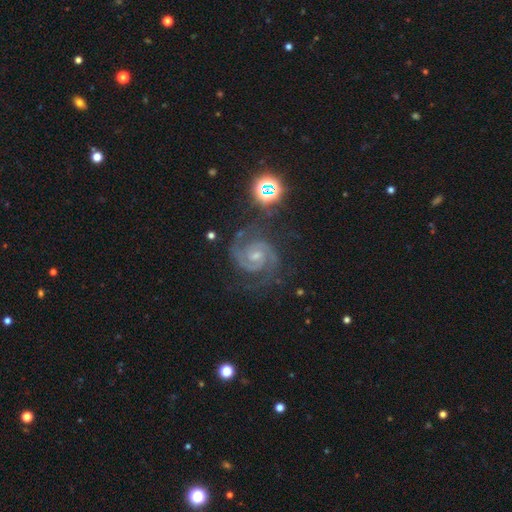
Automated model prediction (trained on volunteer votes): A featured or disk galaxy (90%) with no bar (47%), 2 (88%) tight (56%) spiral arms (99%) and a small central bulge (60%).

Vote fractions:
- Smooth or featured? featured or disk: 90% / star or artifact: 7% / smooth: 3%
- Edge-on disk? no: 98% / yes: 2%
- Bar? no: 47% / weak: 43% / strong: 10%
- Spiral arms? yes: 99% / no: 1%
- Spiral winding? tight: 56% / medium: 40% / loose: 4%
- Spiral arm count? 2: 88% / 3: 6% / can't tell: 3% / 4: 1% / 1: 1% / more than 4: 1%
- Bulge size? small: 60% / moderate: 32% / none: 6% / large: 1% / dominant: 1%
- Merging? none: 73% / minor disturbance: 17% / major disturbance: 7% / merger: 2%